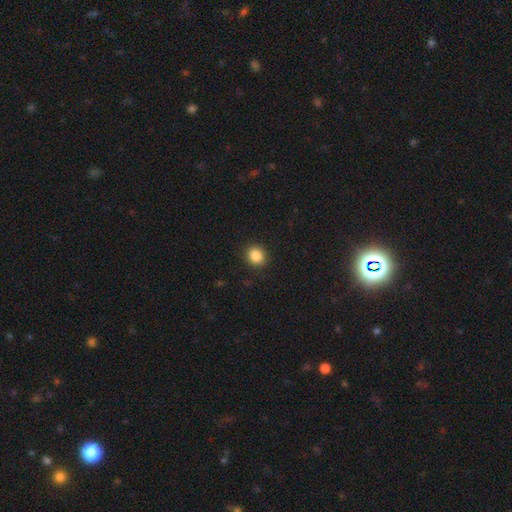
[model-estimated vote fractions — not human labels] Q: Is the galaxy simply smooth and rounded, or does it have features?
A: smooth — 86%.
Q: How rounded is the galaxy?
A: round — 80%.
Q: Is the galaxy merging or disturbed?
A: none — 91%.